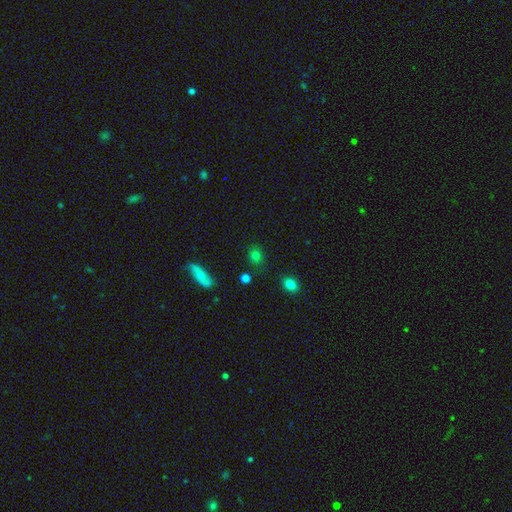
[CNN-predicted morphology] smooth 79%, star or artifact 14%, featured or disk 7%. Down the decision tree: how rounded — round (68%); merging — none (82%).